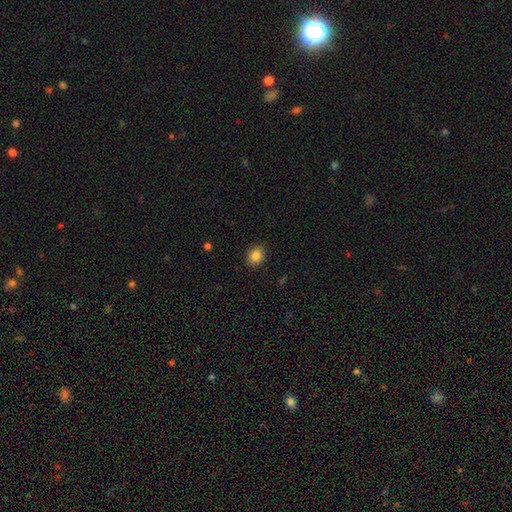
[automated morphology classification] Smooth or featured? smooth (84%)
How rounded? round (53%)
Merging? none (89%)